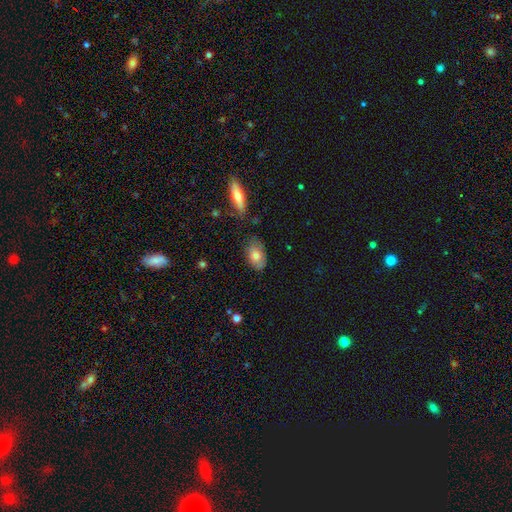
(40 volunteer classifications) Smooth or featured? 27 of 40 (68%) said smooth. How rounded? 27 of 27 (100%) said in between. Merging? 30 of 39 (77%) said none.